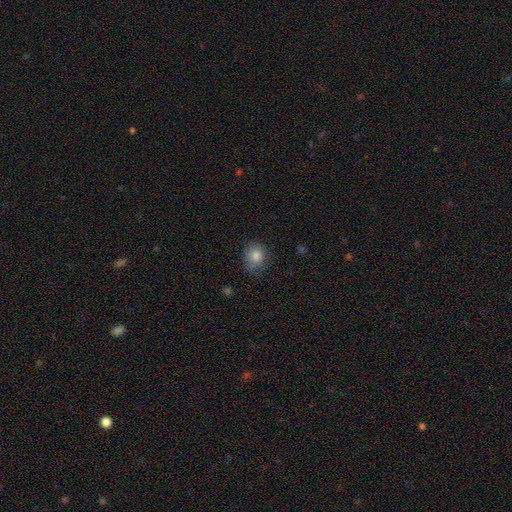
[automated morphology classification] smooth_or_featured: smooth (p=0.83) [alt: star or artifact p=0.10]
how_rounded: round (p=0.63) [alt: in between p=0.36]
merging: none (p=0.66) [alt: minor disturbance p=0.26]